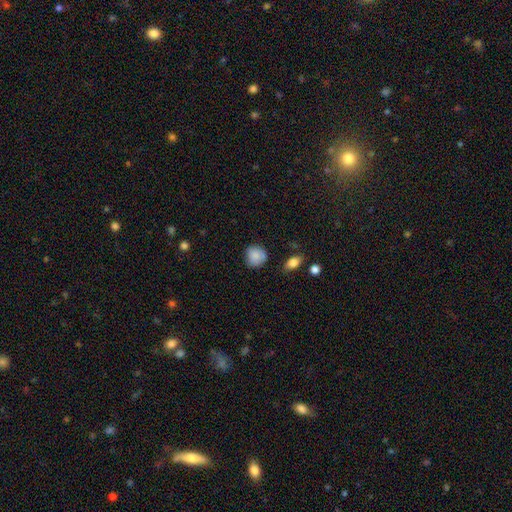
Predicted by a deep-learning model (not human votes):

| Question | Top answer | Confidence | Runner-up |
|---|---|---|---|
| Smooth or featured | smooth | 85% | star or artifact (8%) |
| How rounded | round | 87% | in between (11%) |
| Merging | none | 77% | minor disturbance (17%) |